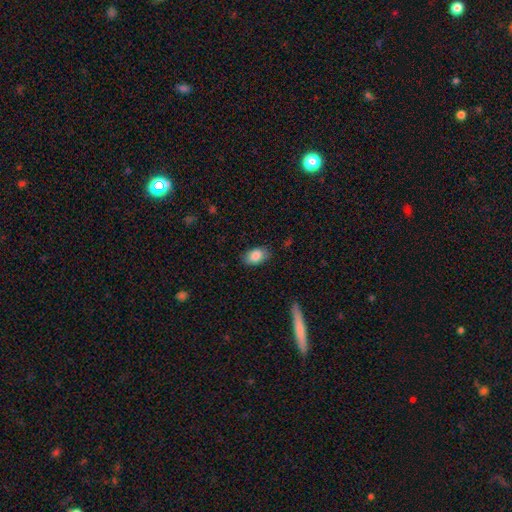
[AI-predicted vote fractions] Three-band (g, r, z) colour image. It shows a smooth galaxy with no disk features (86%) that is in between round and cigar-shaped (87%). Merging: none (83%).